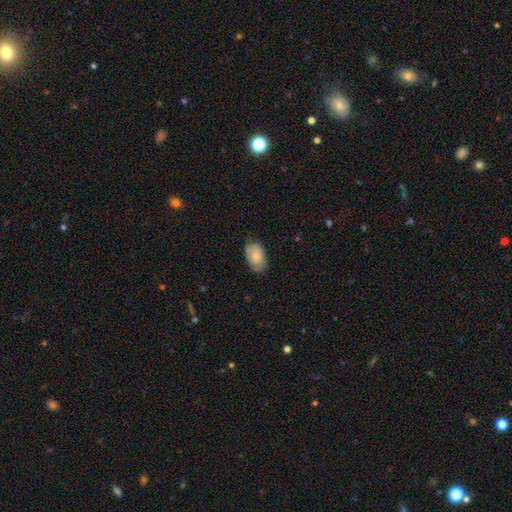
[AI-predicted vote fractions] This appears to be a smooth galaxy with no disk features (77%) that is in between round and cigar-shaped (90%). Merging: none (68%).